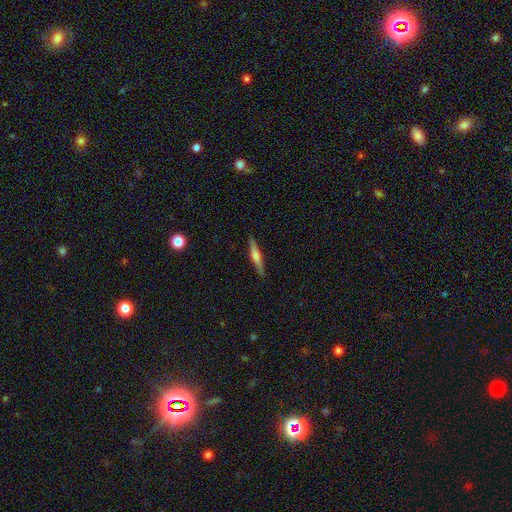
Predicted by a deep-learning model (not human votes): A featured or disk galaxy (49%). Merging: none (89%).